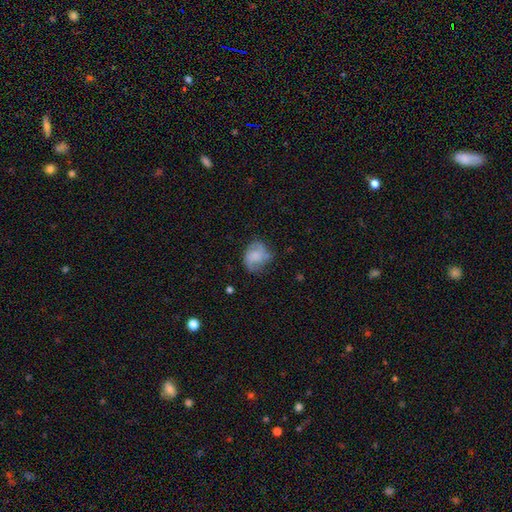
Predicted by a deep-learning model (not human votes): smooth 58%, featured or disk 33%, star or artifact 9%. Down the decision tree: how rounded — round (55%); merging — none (58%).